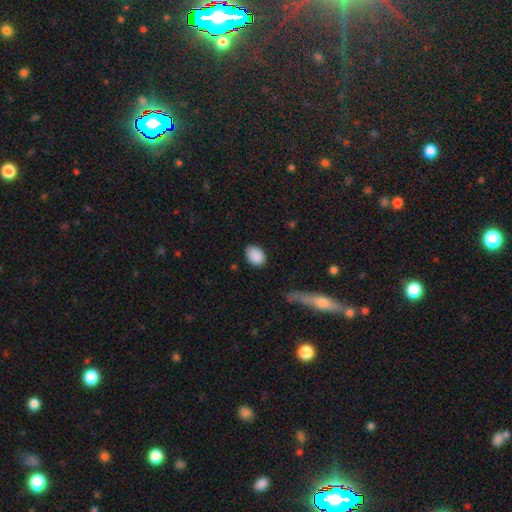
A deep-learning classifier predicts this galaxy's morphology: Smooth or featured?
  - smooth: 89% *
  - star or artifact: 7%
  - featured or disk: 4%
How rounded?
  - in between: 75% *
  - round: 24%
  - cigar-shaped: 1%
Merging?
  - none: 84% *
  - minor disturbance: 12%
  - major disturbance: 3%
  - merger: 1%